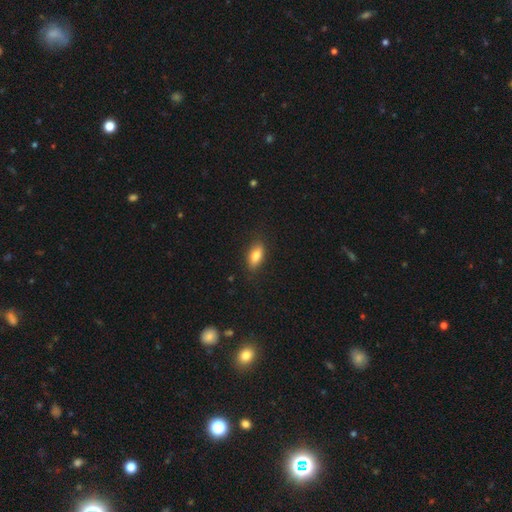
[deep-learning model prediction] A smooth galaxy with no disk features (78%) that is in between round and cigar-shaped (83%). Merging: none (84%).